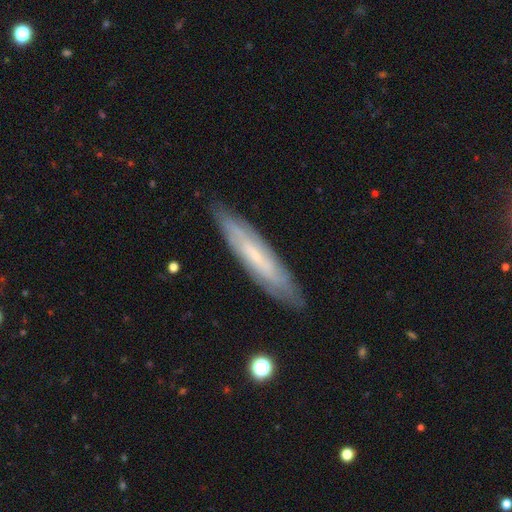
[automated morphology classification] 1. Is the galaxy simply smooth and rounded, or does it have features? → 61% featured or disk, 32% smooth, 7% star or artifact.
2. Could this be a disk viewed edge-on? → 53% yes, 47% no.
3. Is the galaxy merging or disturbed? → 84% none, 12% minor disturbance, 2% major disturbance, 1% merger.